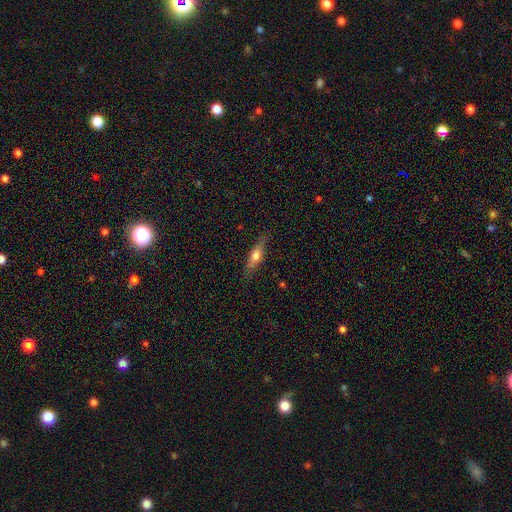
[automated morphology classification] type=smooth (53%); roundness=cigar-shaped (65%); merging=none (82%).